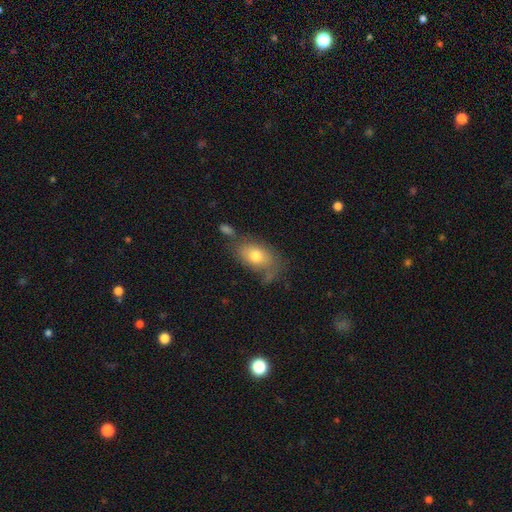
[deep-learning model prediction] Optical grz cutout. It shows a smooth galaxy with no disk features (73%) that is in between round and cigar-shaped (87%). Merging: none (52%).